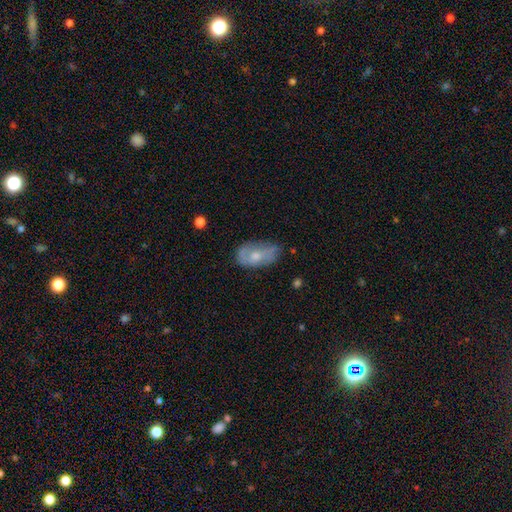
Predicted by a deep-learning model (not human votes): Overall: smooth (50%; featured or disk 43%). Merging: none (50%; minor disturbance 34%).